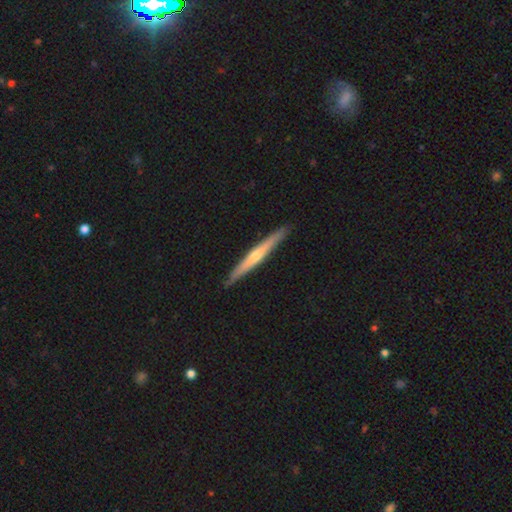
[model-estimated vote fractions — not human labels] This appears to be a featured or disk galaxy (65%) viewed edge-on (97%) with a rounded central bulge (70%). Merging: none (92%).